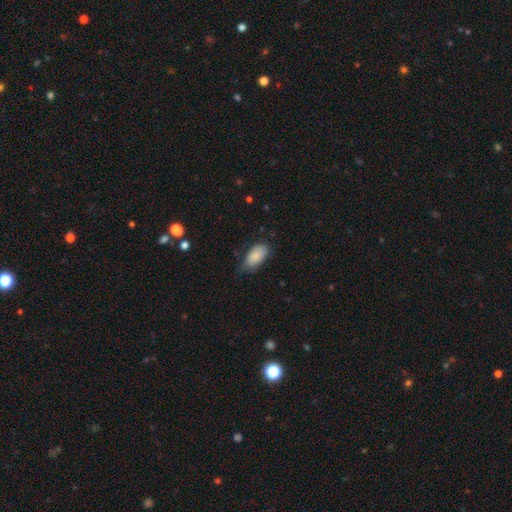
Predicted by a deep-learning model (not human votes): smooth-or-featured: smooth: 85% | featured or disk: 9% | star or artifact: 7%
  how-rounded: in between: 93% | cigar-shaped: 3% | round: 3%
  merging: none: 53% | minor disturbance: 37% | major disturbance: 8% | merger: 2%